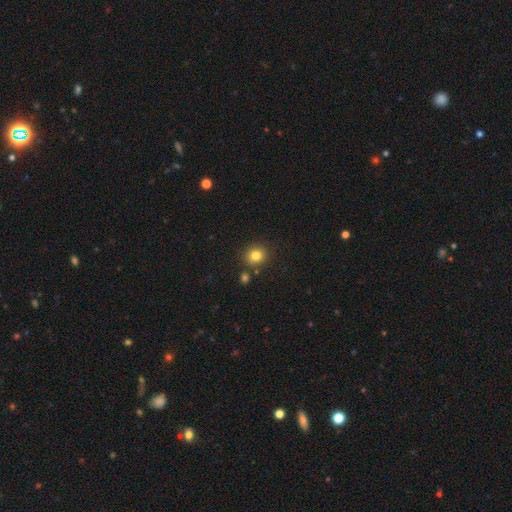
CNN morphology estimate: smooth-or-featured: smooth: 82% | star or artifact: 12% | featured or disk: 7%
  how-rounded: round: 81% | in between: 18% | cigar-shaped: 1%
  merging: none: 81% | minor disturbance: 9% | merger: 7% | major disturbance: 3%